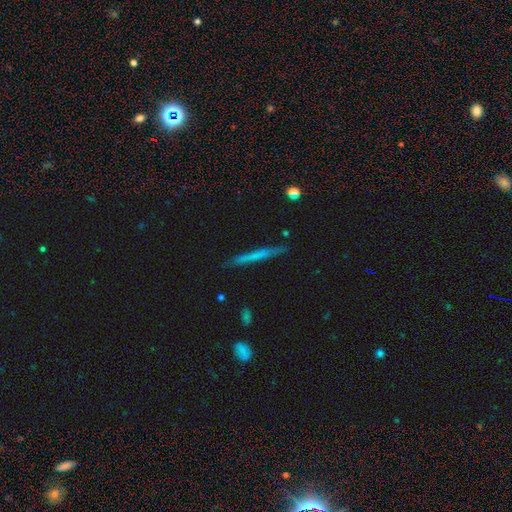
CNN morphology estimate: smooth 48%, featured or disk 45%, star or artifact 7%. Down the decision tree: merging — none (86%).